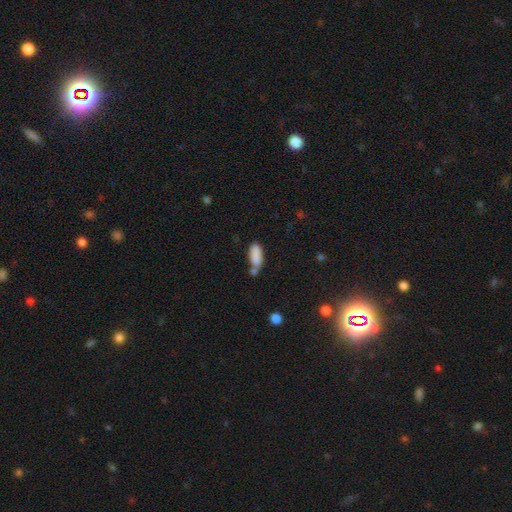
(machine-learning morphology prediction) Smooth or featured: smooth — 87% (star or artifact — 7%)
How rounded: in between — 80% (cigar-shaped — 18%)
Merging: none — 51% (merger — 26%)